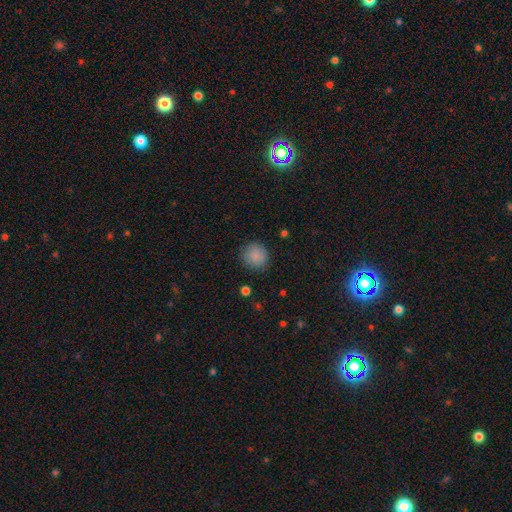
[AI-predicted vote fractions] smooth_or_featured: smooth (p=0.87) [alt: star or artifact p=0.09]
how_rounded: round (p=0.92) [alt: in between p=0.07]
merging: none (p=0.86) [alt: minor disturbance p=0.10]